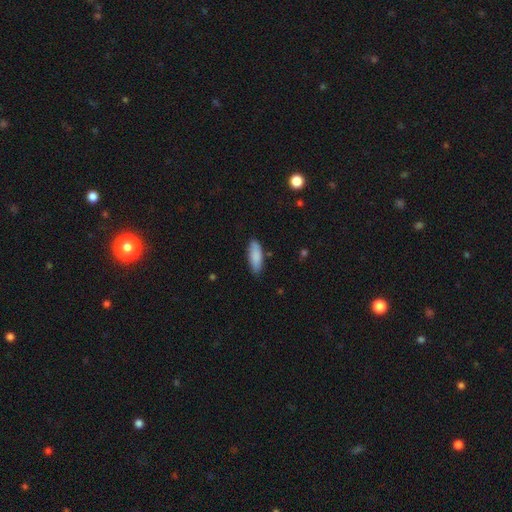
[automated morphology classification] Smooth or featured: smooth — 87% (featured or disk — 7%)
How rounded: in between — 65% (cigar-shaped — 34%)
Merging: none — 84% (minor disturbance — 13%)